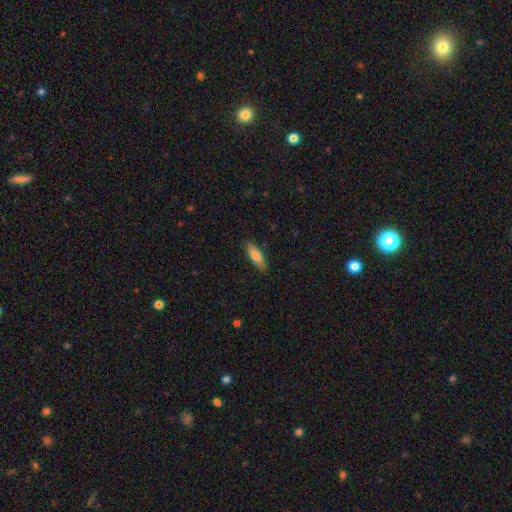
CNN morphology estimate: smooth-or-featured: smooth: 72% | featured or disk: 22% | star or artifact: 6%
  how-rounded: cigar-shaped: 51% | in between: 46% | round: 2%
  merging: none: 87% | minor disturbance: 10% | major disturbance: 2% | merger: 1%